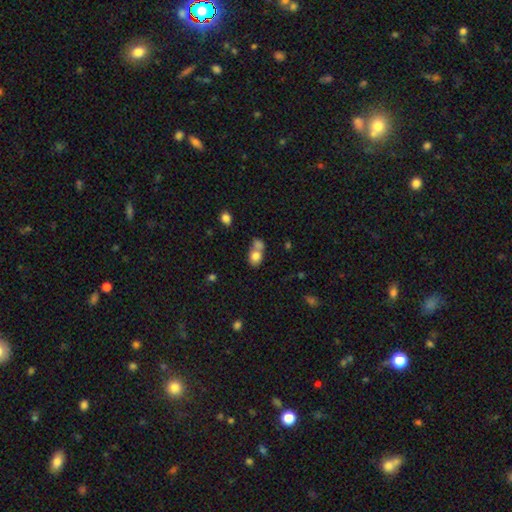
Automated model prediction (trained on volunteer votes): smooth 77%, featured or disk 12%, star or artifact 11%. Down the decision tree: how rounded — in between (51%); merging — merger (55%).